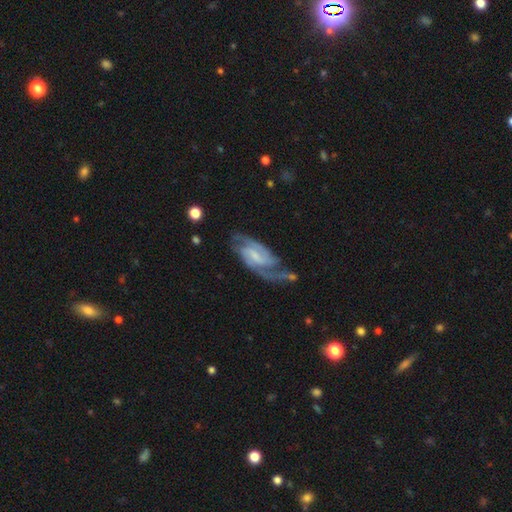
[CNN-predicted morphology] The model was most divided on "spiral winding": medium: 53%, tight: 31%, loose: 16%. Remaining: spiral arms — yes (97%); edge-on disk — no (96%); smooth or featured — featured or disk (88%); spiral arm count — 2 (82%); merging — none (64%); bar — weak (52%); bulge size — small (48%).